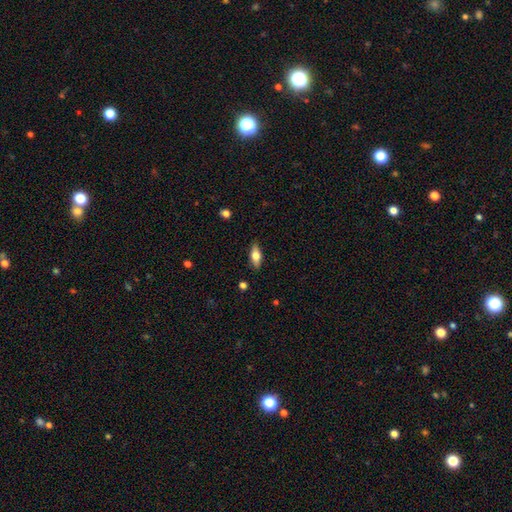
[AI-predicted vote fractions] This appears to be a smooth galaxy with no disk features (64%) that is in between round and cigar-shaped (77%). Merging: none (87%).